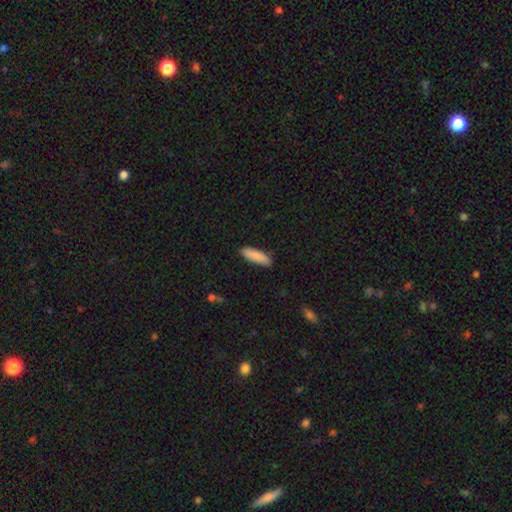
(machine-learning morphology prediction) A smooth galaxy with no disk features (88%) that is cigar-shaped (56%).

Vote fractions:
- Smooth or featured? smooth: 88% / featured or disk: 6% / star or artifact: 6%
- How rounded? cigar-shaped: 56% / in between: 42% / round: 2%
- Merging? none: 88% / minor disturbance: 9% / major disturbance: 2% / merger: 1%